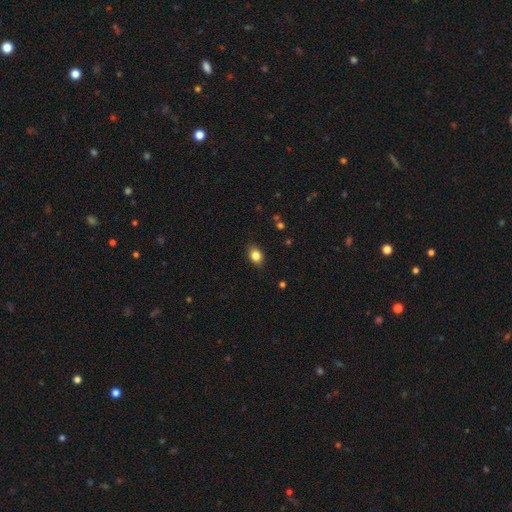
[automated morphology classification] smooth 83%, star or artifact 10%, featured or disk 7%. Down the decision tree: how rounded — in between (64%); merging — none (84%).